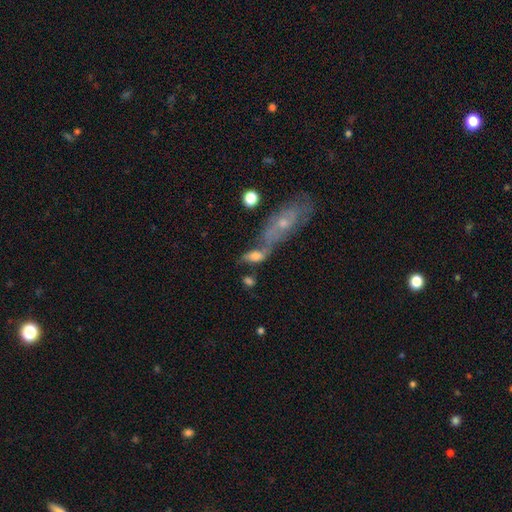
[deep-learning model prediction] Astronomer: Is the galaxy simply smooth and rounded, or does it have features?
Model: smooth — 54% (runner-up: featured or disk, 33%).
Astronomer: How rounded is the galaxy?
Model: in between — 74%.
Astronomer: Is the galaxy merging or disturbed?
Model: merger — 49% (runner-up: none, 27%).